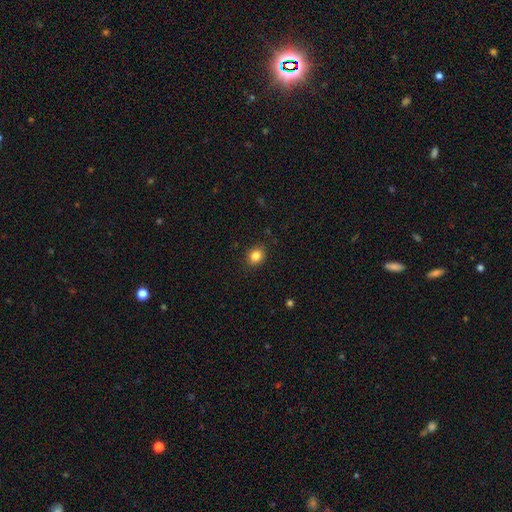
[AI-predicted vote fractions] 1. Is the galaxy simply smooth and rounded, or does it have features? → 84% smooth, 11% star or artifact, 6% featured or disk.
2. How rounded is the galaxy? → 56% round, 43% in between, 1% cigar-shaped.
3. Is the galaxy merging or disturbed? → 88% none, 9% minor disturbance, 2% major disturbance, 1% merger.